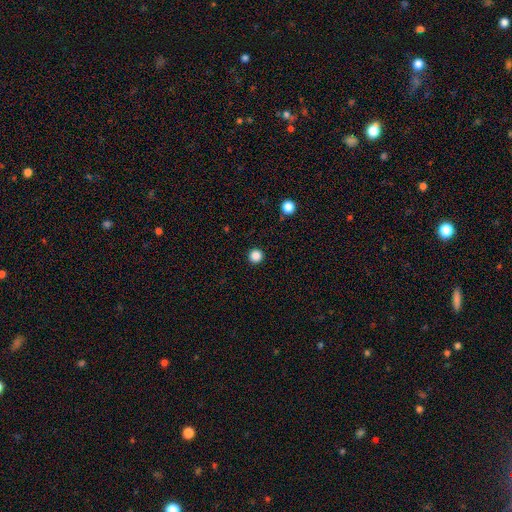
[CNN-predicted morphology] Q: Smooth or featured?
A: smooth (86%); runner-up: star or artifact (11%)
Q: How rounded?
A: round (96%); runner-up: in between (3%)
Q: Merging?
A: none (93%); runner-up: minor disturbance (4%)